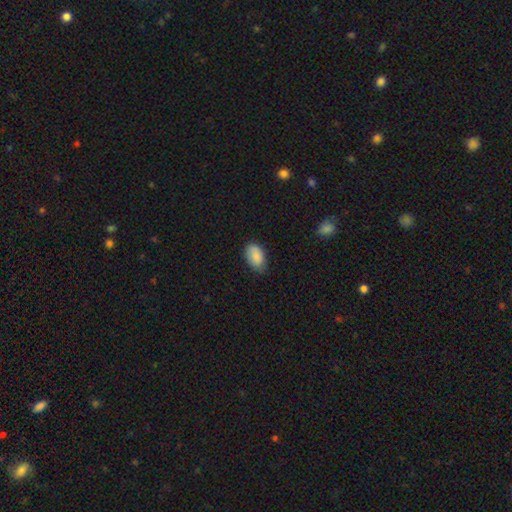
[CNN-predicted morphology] Smooth or featured? Predicted: smooth (p=0.85). How rounded? Predicted: in between (p=0.91). Merging? Predicted: none (p=0.67).